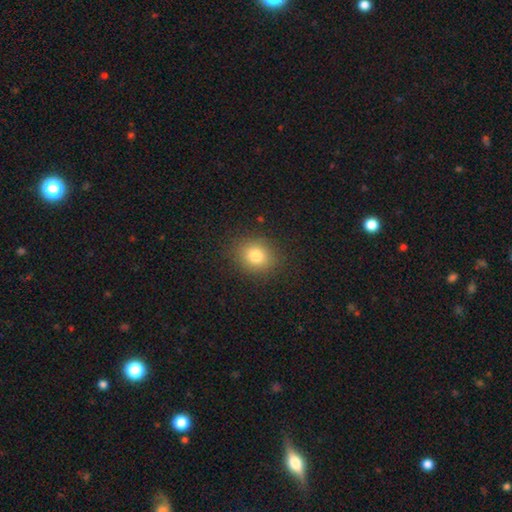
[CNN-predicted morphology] Smooth or featured: smooth — 80% (star or artifact — 12%)
How rounded: round — 63% (in between — 36%)
Merging: none — 87% (minor disturbance — 9%)